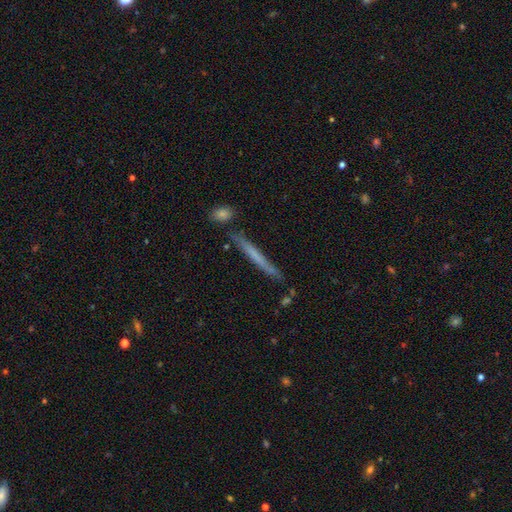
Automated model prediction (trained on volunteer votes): Smooth or featured?
  - smooth: 53% *
  - featured or disk: 40%
  - star or artifact: 7%
How rounded?
  - cigar-shaped: 96% *
  - in between: 2%
  - round: 1%
Merging?
  - none: 81% *
  - minor disturbance: 12%
  - merger: 5%
  - major disturbance: 3%